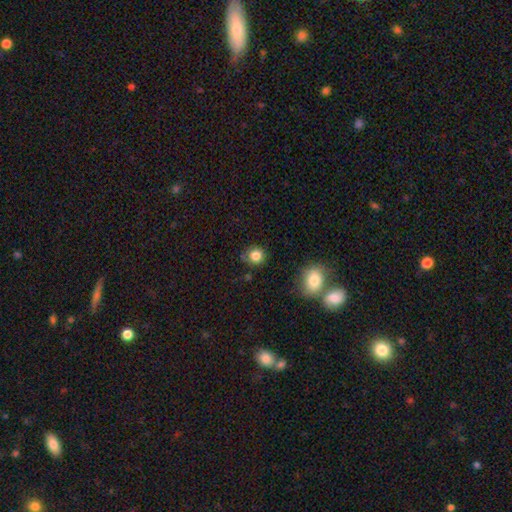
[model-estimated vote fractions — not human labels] Smooth or featured? Predicted: smooth (p=0.84). How rounded? Predicted: round (p=0.87). Merging? Predicted: none (p=0.78).